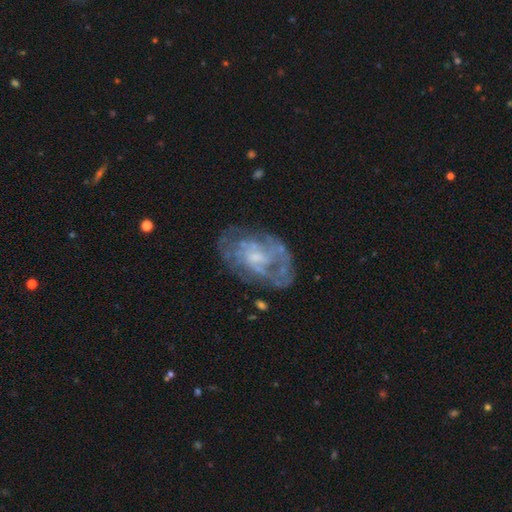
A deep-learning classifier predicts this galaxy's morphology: type=featured or disk (73%); edge-on=no (95%); bar=no (65%); spiral arms=yes (73%); winding=tight (54%); arm count=can't tell (52%); bulge=small (54%); merging=none (71%).